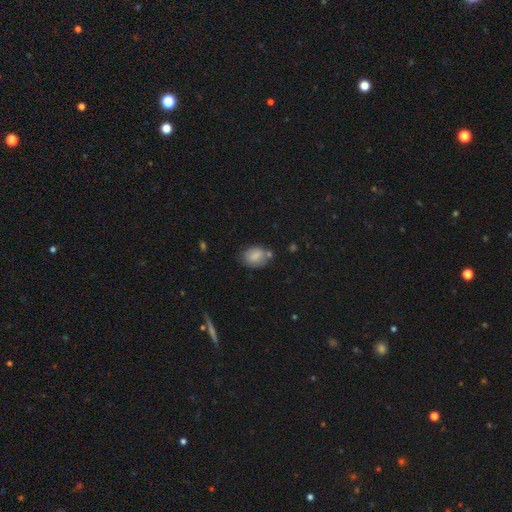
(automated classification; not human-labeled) Overall: smooth (82%). How rounded: in between (66%; round 33%). Merging: none (62%).